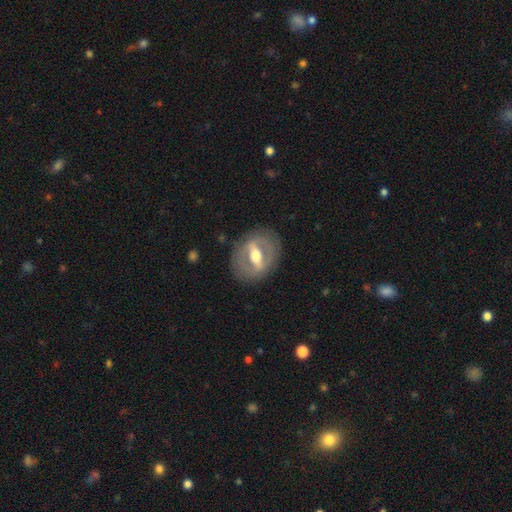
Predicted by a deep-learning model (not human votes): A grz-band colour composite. It shows a featured or disk galaxy (75%) with a strong bar (72%), no spiral arms (77%) and a moderate central bulge (69%). Merging: none (82%).